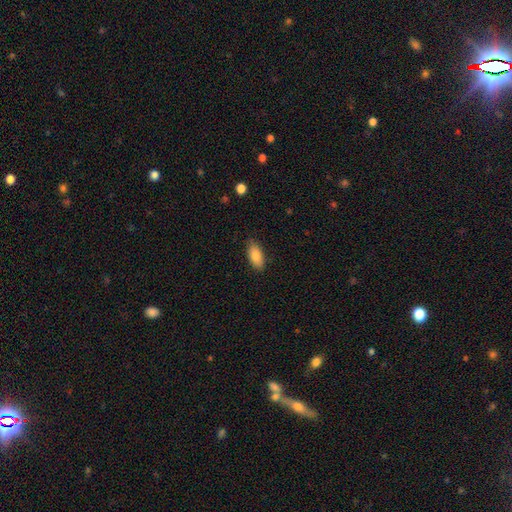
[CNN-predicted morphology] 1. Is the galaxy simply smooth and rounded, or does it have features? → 84% smooth, 9% featured or disk, 7% star or artifact.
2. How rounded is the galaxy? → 88% in between, 9% cigar-shaped, 2% round.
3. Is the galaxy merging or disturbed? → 83% none, 13% minor disturbance, 2% major disturbance, 1% merger.